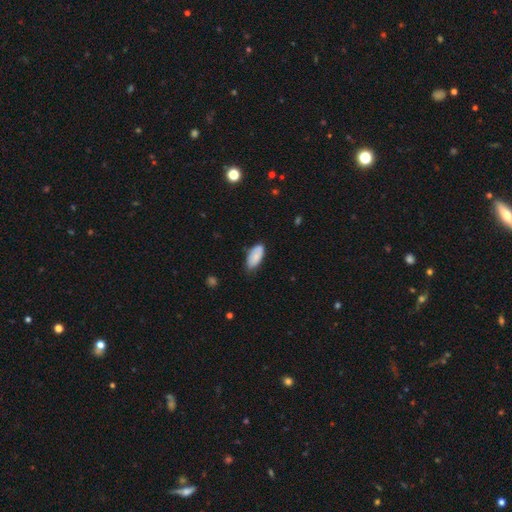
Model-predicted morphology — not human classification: Smooth or featured? smooth (83%)
How rounded? in between (91%)
Merging? none (71%)